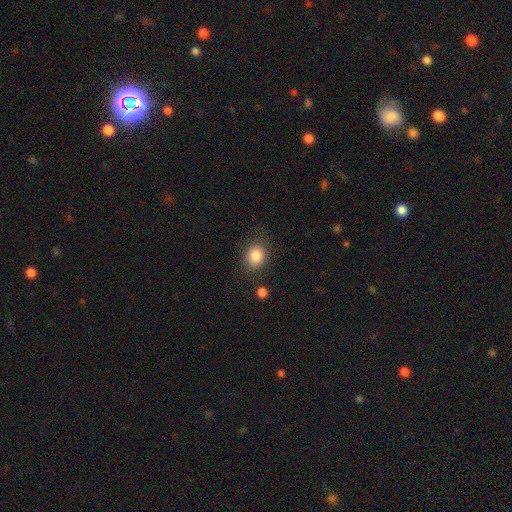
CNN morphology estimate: Smooth or featured?
  - smooth: 84% *
  - star or artifact: 10%
  - featured or disk: 6%
How rounded?
  - round: 63% *
  - in between: 36%
  - cigar-shaped: 1%
Merging?
  - none: 81% *
  - minor disturbance: 12%
  - major disturbance: 4%
  - merger: 3%